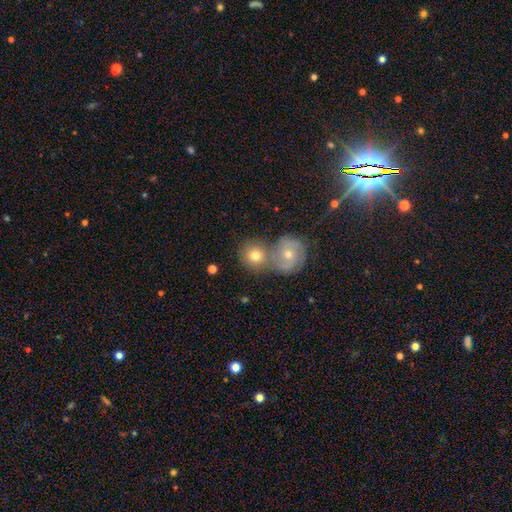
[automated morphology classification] A smooth galaxy with no disk features (69%) that is round (87%). Merging: none (48%).